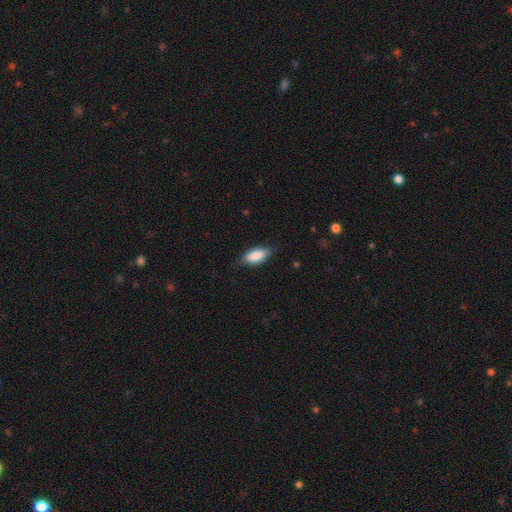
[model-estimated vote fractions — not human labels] This appears to be a smooth galaxy with no disk features (84%) that is in between round and cigar-shaped (87%). Merging: none (74%).